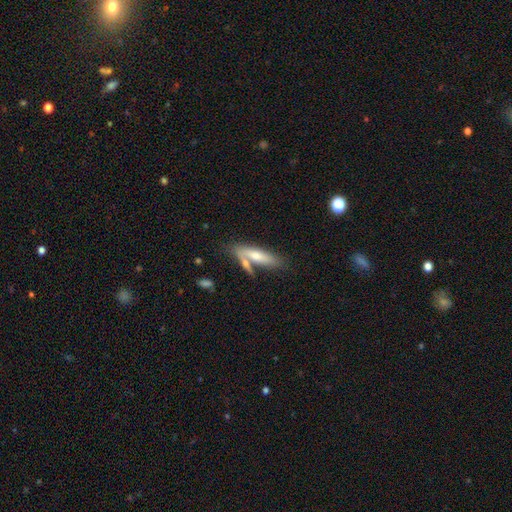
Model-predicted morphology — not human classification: Smooth or featured? Predicted: smooth (p=0.61). How rounded? Predicted: cigar-shaped (p=0.66). Merging? Predicted: none (p=0.55).